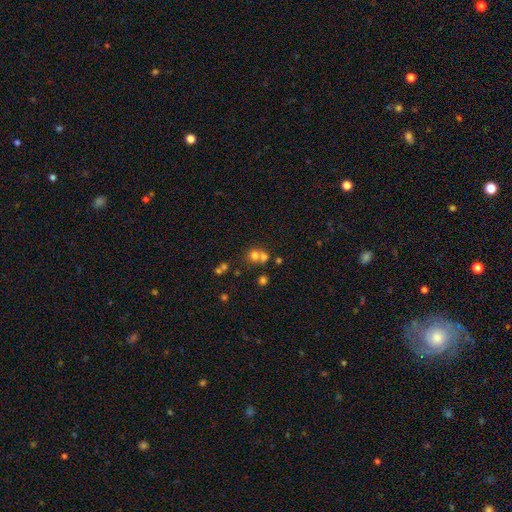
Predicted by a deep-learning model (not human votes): The model was most divided on "merging": merger: 49%, none: 41%, minor disturbance: 7%, major disturbance: 4%. More confident: how rounded — round (80%); smooth or featured — smooth (67%).